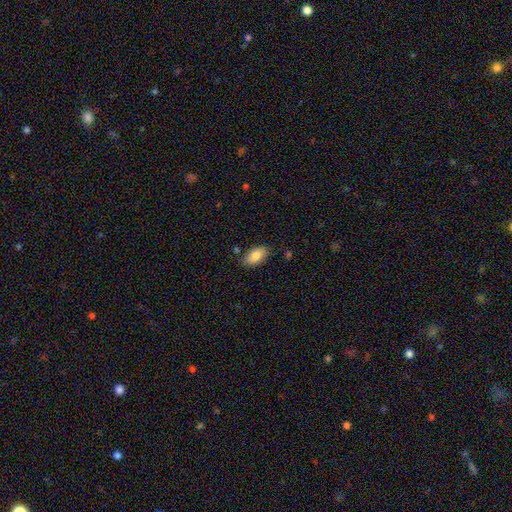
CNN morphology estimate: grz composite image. It shows a smooth galaxy with no disk features (84%) that is in between round and cigar-shaped (93%). Merging: none (82%).